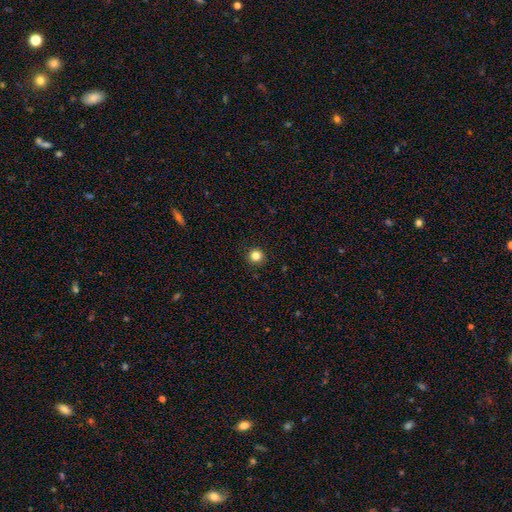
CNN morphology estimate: The model was most divided on "smooth or featured": smooth: 83%, star or artifact: 12%, featured or disk: 5%. More confident: how rounded — round (94%); merging — none (92%).